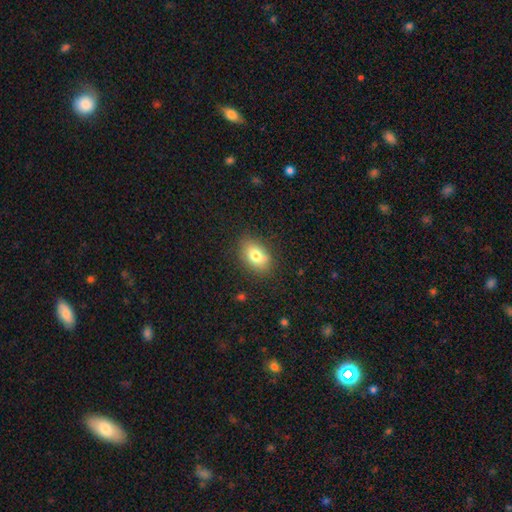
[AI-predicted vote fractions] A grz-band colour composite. It shows a smooth galaxy with no disk features (78%) that is in between round and cigar-shaped (83%). Merging: none (83%).